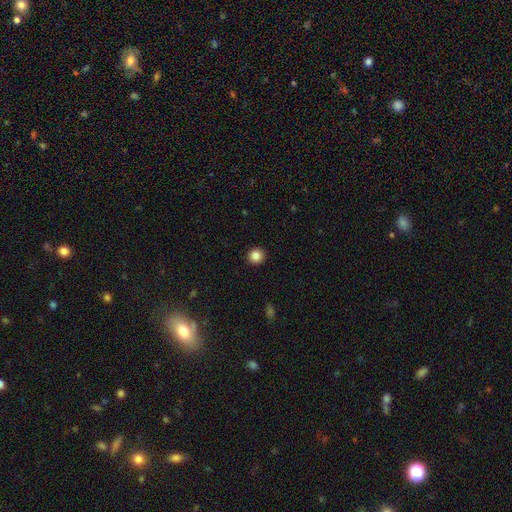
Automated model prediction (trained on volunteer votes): Q: Smooth or featured?
A: smooth (85%); runner-up: star or artifact (10%)
Q: How rounded?
A: round (93%); runner-up: in between (6%)
Q: Merging?
A: none (93%); runner-up: minor disturbance (5%)